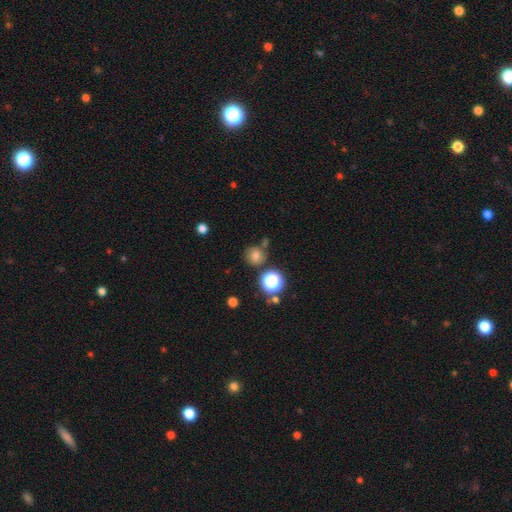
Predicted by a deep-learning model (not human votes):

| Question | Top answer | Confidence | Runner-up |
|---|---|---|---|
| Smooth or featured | smooth | 72% | star or artifact (19%) |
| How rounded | round | 89% | in between (10%) |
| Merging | none | 71% | minor disturbance (13%) |